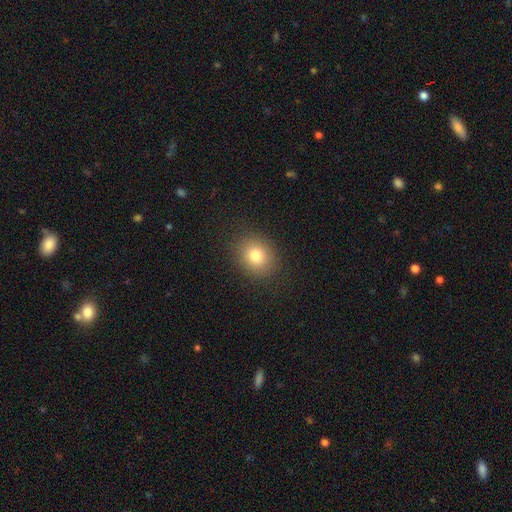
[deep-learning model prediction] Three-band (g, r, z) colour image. It shows a smooth galaxy with no disk features (78%) that is round (72%). Merging: none (89%).